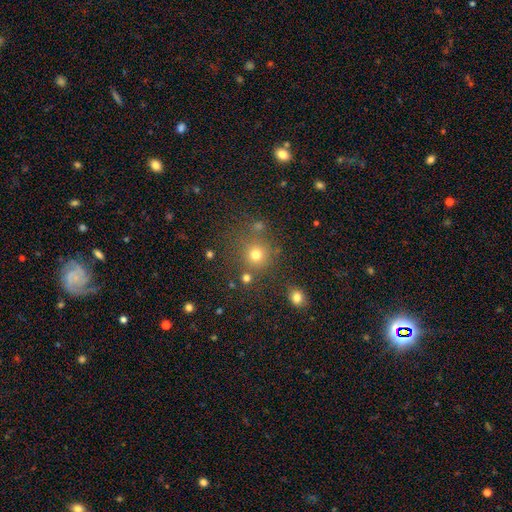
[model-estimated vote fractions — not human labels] Smooth or featured: smooth — 67% (star or artifact — 25%)
How rounded: round — 92% (in between — 7%)
Merging: none — 78% (merger — 9%)